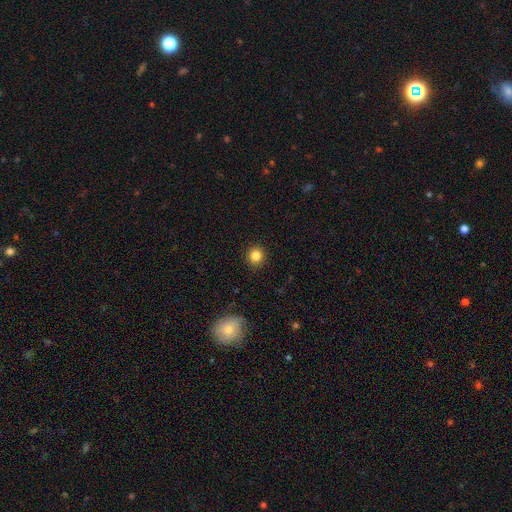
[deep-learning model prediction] smooth-or-featured: smooth: 84% | star or artifact: 11% | featured or disk: 5%
  how-rounded: round: 90% | in between: 9% | cigar-shaped: 1%
  merging: none: 91% | minor disturbance: 6% | major disturbance: 2% | merger: 1%